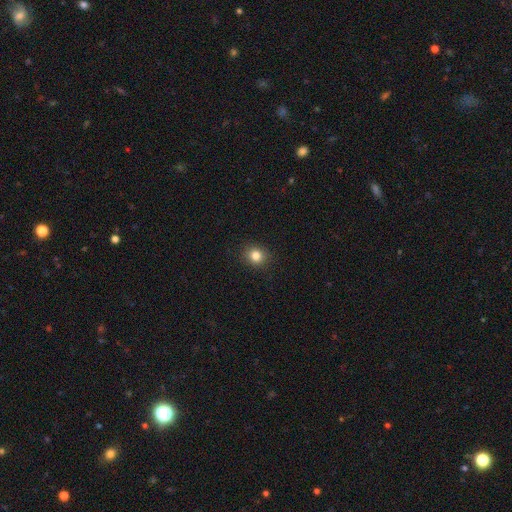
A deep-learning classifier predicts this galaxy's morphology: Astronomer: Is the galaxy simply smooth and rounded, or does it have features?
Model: smooth — 82%.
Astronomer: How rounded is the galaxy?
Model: round — 79%.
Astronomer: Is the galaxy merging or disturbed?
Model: none — 90%.